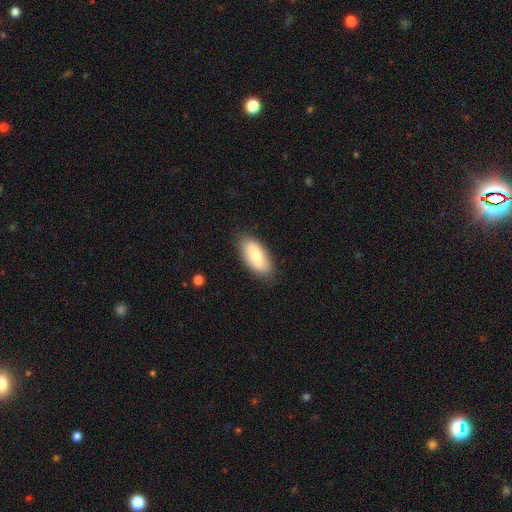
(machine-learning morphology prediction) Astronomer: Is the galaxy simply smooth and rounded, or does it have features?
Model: smooth — 66%.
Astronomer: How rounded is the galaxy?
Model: in between — 82%.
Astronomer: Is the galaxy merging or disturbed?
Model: none — 84%.